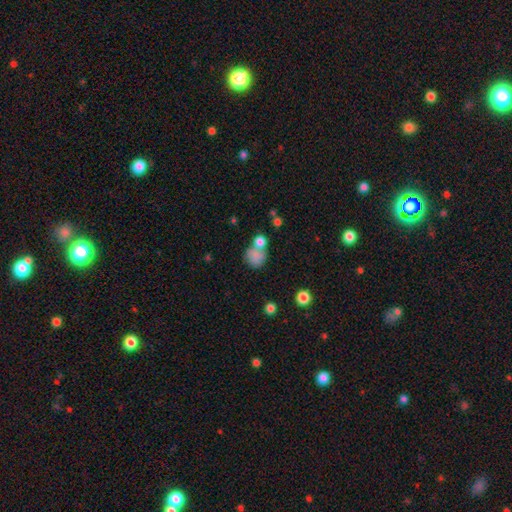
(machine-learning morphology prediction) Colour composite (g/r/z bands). It shows a smooth galaxy with no disk features (78%) that is round (72%). Merging: none (45%).